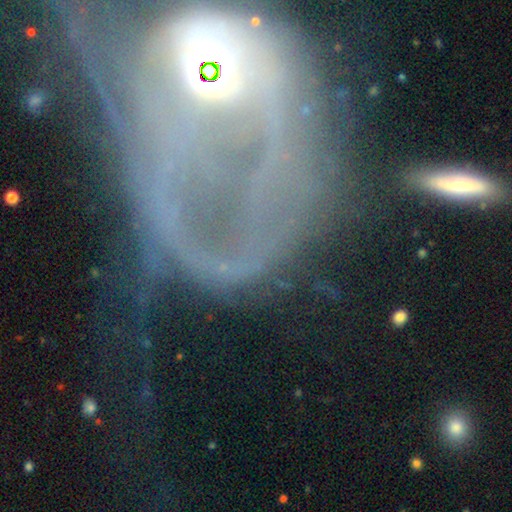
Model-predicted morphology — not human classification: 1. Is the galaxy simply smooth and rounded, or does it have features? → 50% featured or disk, 32% star or artifact, 18% smooth.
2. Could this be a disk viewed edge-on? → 82% no, 18% yes.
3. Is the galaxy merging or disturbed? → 63% none, 15% minor disturbance, 14% major disturbance, 9% merger.